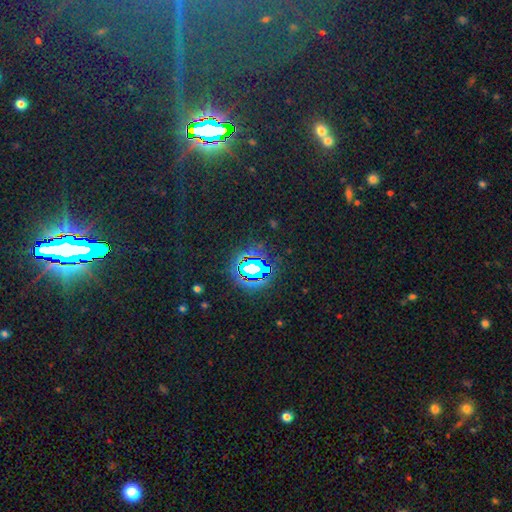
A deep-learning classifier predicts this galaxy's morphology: star or artifact 83%, smooth 10%, featured or disk 8%.